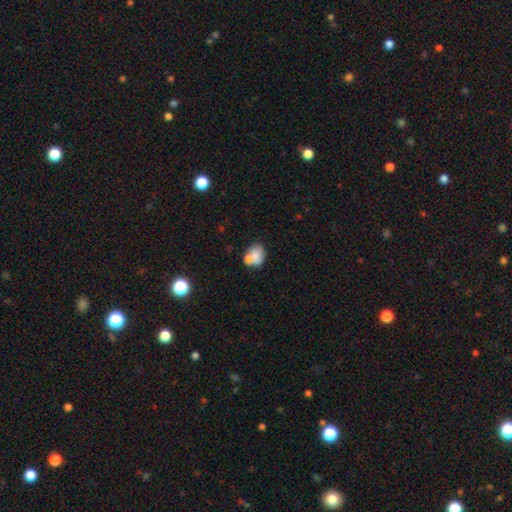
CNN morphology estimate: The model was most divided on "merging": none: 42%, merger: 35%, minor disturbance: 16%, major disturbance: 7%. More confident: smooth or featured — smooth (68%); how rounded — in between (53%).